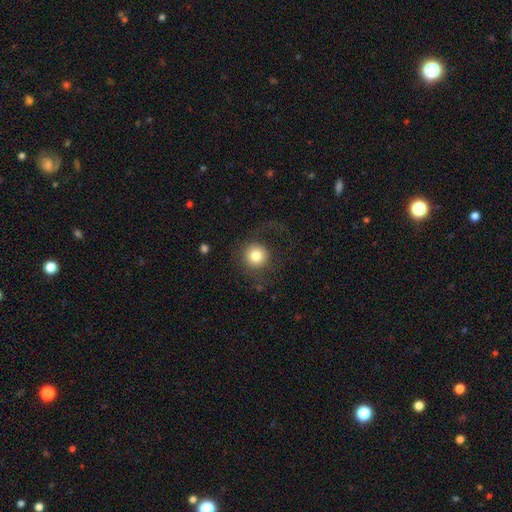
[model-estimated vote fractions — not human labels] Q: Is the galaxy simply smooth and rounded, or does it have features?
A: smooth — 79%.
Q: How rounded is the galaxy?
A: round — 94%.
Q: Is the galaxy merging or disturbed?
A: none — 71%.